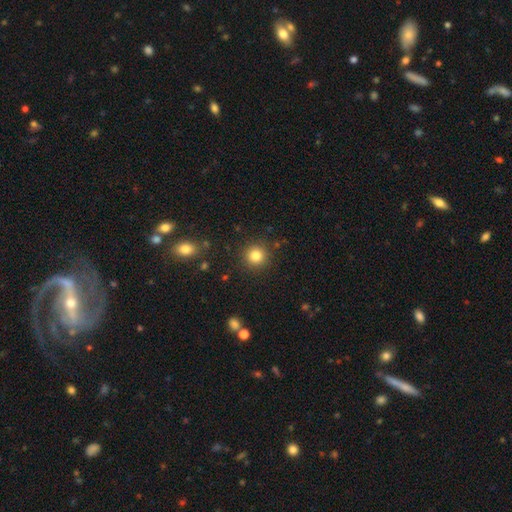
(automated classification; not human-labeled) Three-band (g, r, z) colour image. It shows a smooth galaxy with no disk features (83%) that is round (94%). Merging: none (90%).